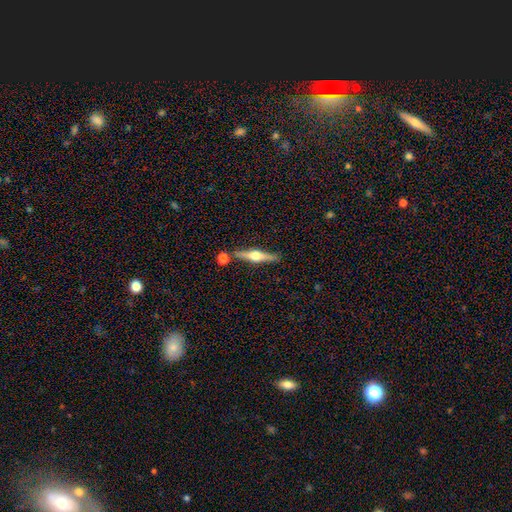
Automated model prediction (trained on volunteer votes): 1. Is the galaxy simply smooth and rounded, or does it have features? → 72% featured or disk, 22% smooth, 6% star or artifact.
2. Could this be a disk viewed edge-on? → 97% yes, 3% no.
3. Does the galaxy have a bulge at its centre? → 94% rounded, 4% boxy, 2% none.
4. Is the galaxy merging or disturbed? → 81% none, 9% minor disturbance, 7% merger, 2% major disturbance.